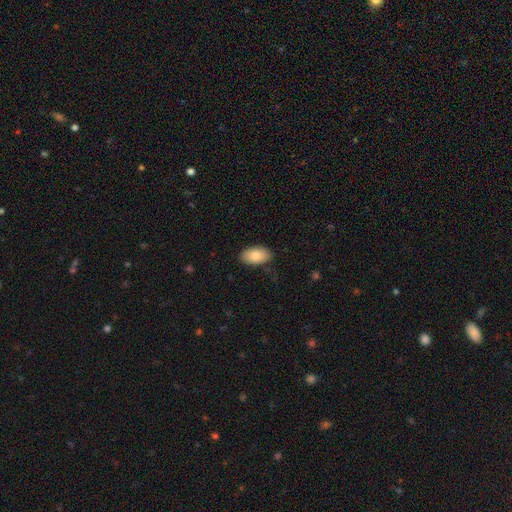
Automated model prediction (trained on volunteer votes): Smooth or featured: smooth — 84% (featured or disk — 10%)
How rounded: in between — 94% (round — 4%)
Merging: none — 86% (minor disturbance — 11%)